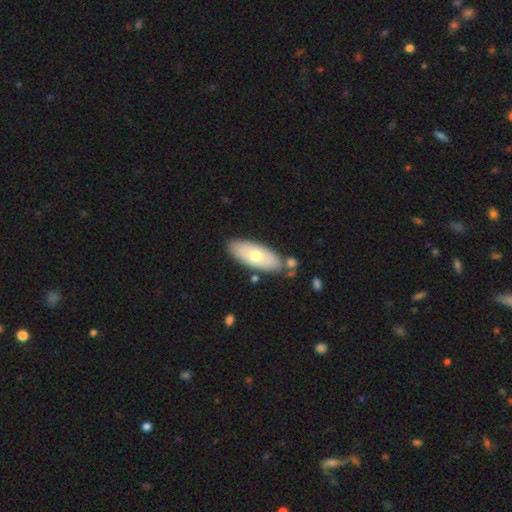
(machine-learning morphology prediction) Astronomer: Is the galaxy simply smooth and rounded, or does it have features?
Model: smooth — 59% (runner-up: featured or disk, 35%).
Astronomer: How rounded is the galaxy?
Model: in between — 84%.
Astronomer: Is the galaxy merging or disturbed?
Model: none — 74%.